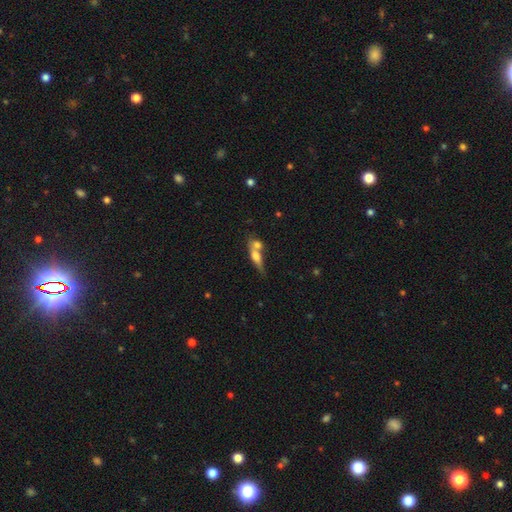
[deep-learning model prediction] The model was most divided on "how rounded": cigar-shaped: 52%, in between: 40%, round: 8%. Remaining: smooth or featured — smooth (56%); merging — merger (50%).